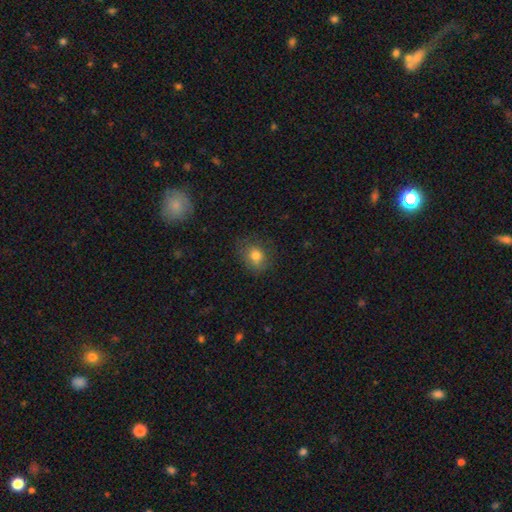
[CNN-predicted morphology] A smooth galaxy with no disk features (78%) that is round (52%). Merging: none (72%).